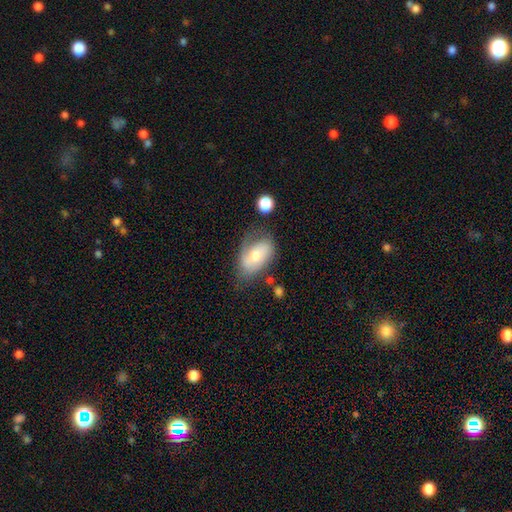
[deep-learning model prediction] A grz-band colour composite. It shows a smooth galaxy with no disk features (58%) that is in between round and cigar-shaped (89%). Merging: none (48%).